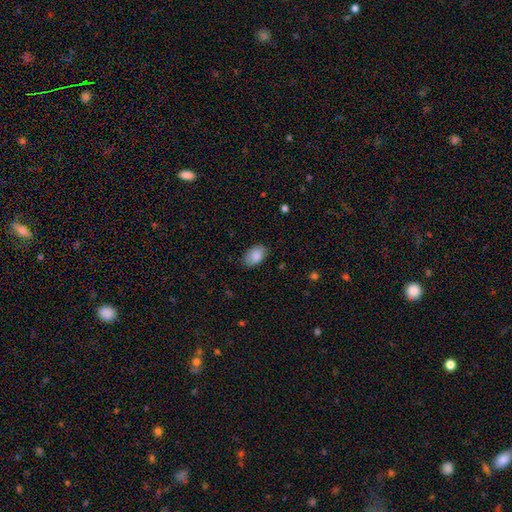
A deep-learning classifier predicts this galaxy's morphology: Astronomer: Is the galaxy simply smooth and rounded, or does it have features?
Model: smooth — 88%.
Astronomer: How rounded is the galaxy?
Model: in between — 90%.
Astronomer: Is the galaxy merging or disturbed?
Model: none — 82%.